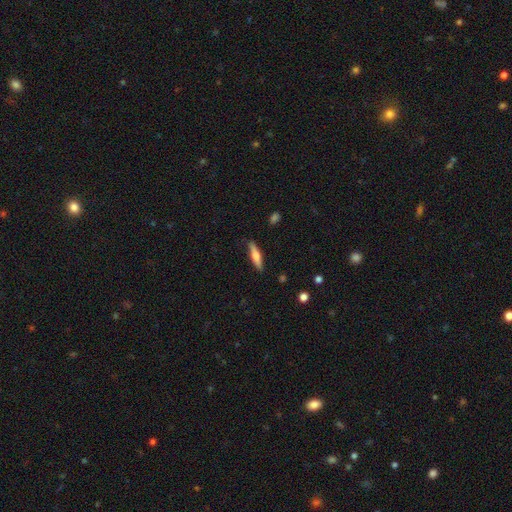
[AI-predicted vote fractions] Overall: smooth (54%; featured or disk 40%). How rounded: cigar-shaped (79%). Merging: none (87%).